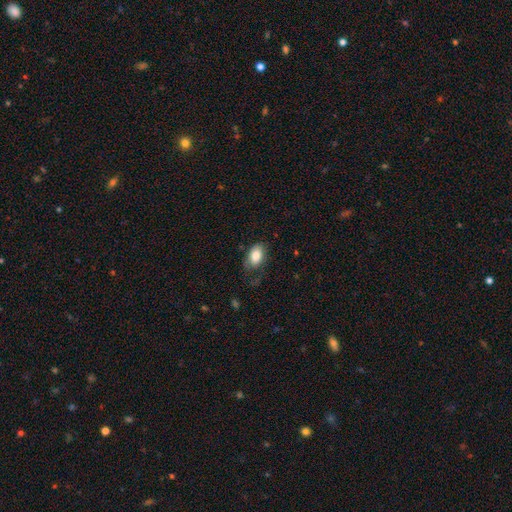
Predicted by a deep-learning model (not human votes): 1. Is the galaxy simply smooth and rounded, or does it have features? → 81% smooth, 11% featured or disk, 7% star or artifact.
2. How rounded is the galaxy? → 91% in between, 8% round, 1% cigar-shaped.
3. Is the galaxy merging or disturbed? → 62% none, 25% minor disturbance, 11% major disturbance, 2% merger.